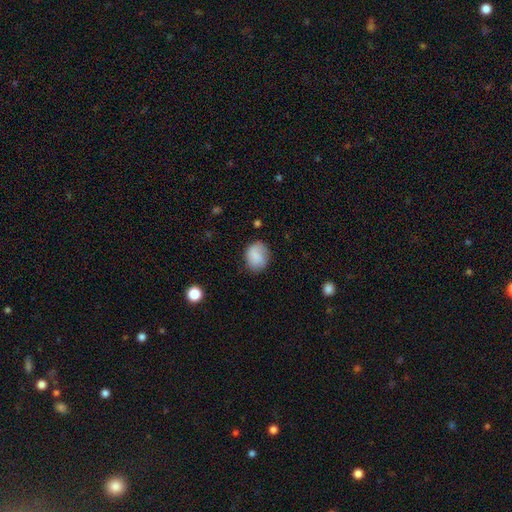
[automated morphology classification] Smooth or featured? Predicted: smooth (p=0.81). How rounded? Predicted: round (p=0.54). Merging? Predicted: none (p=0.70).